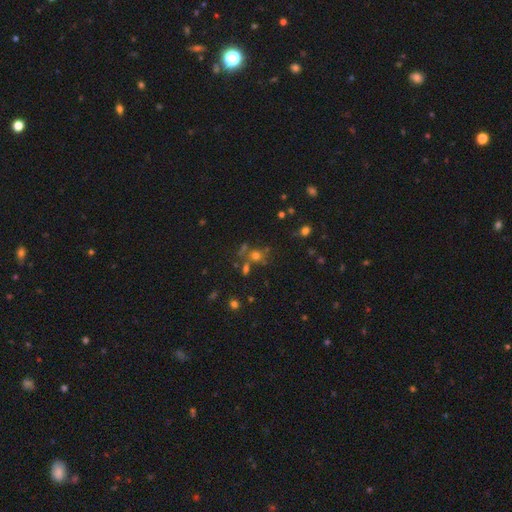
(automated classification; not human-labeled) A smooth galaxy with no disk features (56%) that is round (79%).

Vote fractions:
- Smooth or featured? smooth: 56% / star or artifact: 29% / featured or disk: 14%
- How rounded? round: 79% / in between: 20% / cigar-shaped: 2%
- Merging? none: 56% / merger: 24% / minor disturbance: 12% / major disturbance: 8%